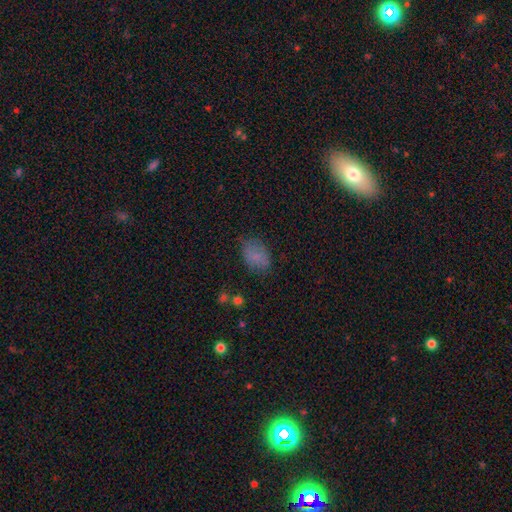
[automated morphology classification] Smooth or featured? Predicted: smooth (p=0.77). How rounded? Predicted: in between (p=0.86). Merging? Predicted: none (p=0.66).